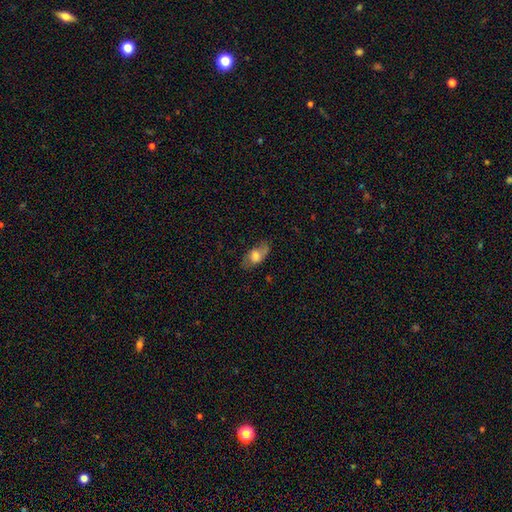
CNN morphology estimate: Smooth or featured?
  - smooth: 61% *
  - featured or disk: 32%
  - star or artifact: 8%
How rounded?
  - in between: 87% *
  - cigar-shaped: 7%
  - round: 6%
Merging?
  - none: 72% *
  - minor disturbance: 20%
  - major disturbance: 6%
  - merger: 1%